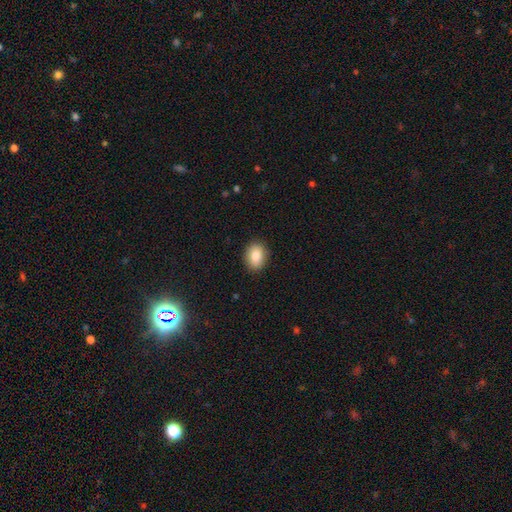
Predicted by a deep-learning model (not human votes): Overall: smooth (87%). How rounded: in between (67%; round 32%). Merging: none (89%).